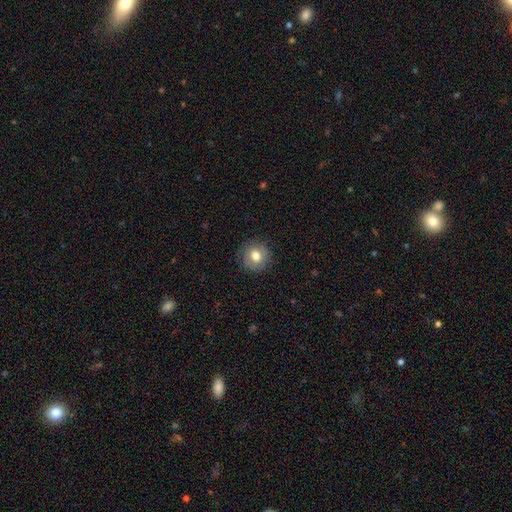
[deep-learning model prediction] smooth-or-featured: smooth: 72% | featured or disk: 19% | star or artifact: 9%
  how-rounded: round: 90% | in between: 9% | cigar-shaped: 1%
  merging: none: 86% | minor disturbance: 10% | major disturbance: 3% | merger: 1%